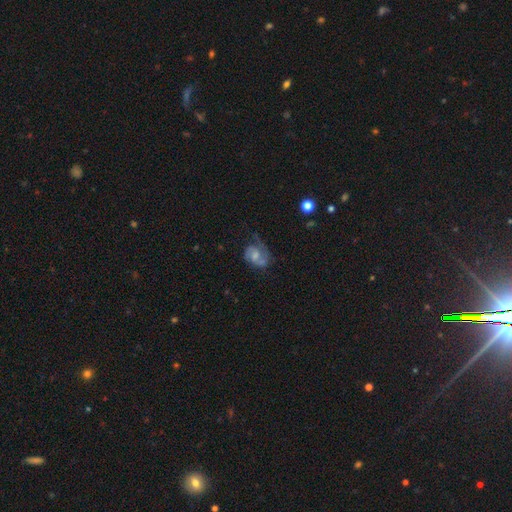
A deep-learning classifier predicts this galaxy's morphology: This is likely a featured or disk galaxy (67%). It is clearly not viewed edge-on (98%). Bar: possibly no (57%). Spiral arm pattern: clearly yes (88%). Spiral arm count: likely 2 (69%). Spiral winding: possibly medium (47%). Central bulge: marginally moderate (35%). Merging: marginally none (44%).